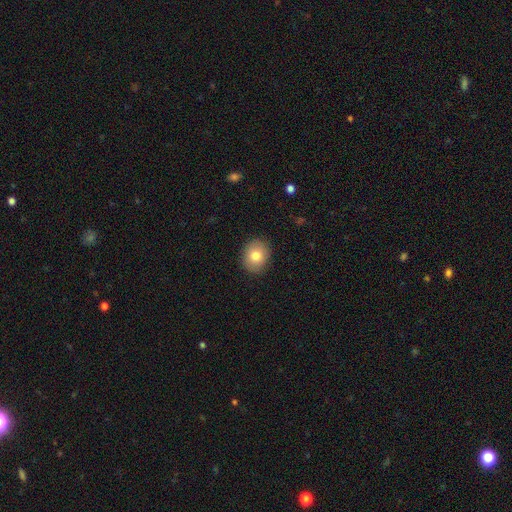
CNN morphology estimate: This is likely a smooth galaxy (80%). How rounded: likely round (67%). Merging: clearly none (89%).